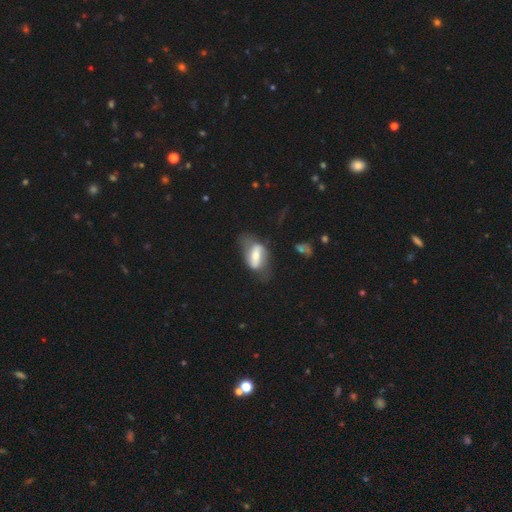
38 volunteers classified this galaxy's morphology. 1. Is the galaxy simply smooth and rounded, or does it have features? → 68% featured or disk, 24% smooth, 8% star or artifact.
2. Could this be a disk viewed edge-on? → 85% no, 15% yes.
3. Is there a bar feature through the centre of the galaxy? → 73% strong, 23% no, 5% weak.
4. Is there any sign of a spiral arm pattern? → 55% no, 45% yes.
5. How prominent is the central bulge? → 36% moderate, 32% small, 18% large, 14% none, 0% dominant.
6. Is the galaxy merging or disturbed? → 60% none, 20% major disturbance, 17% minor disturbance, 3% merger.